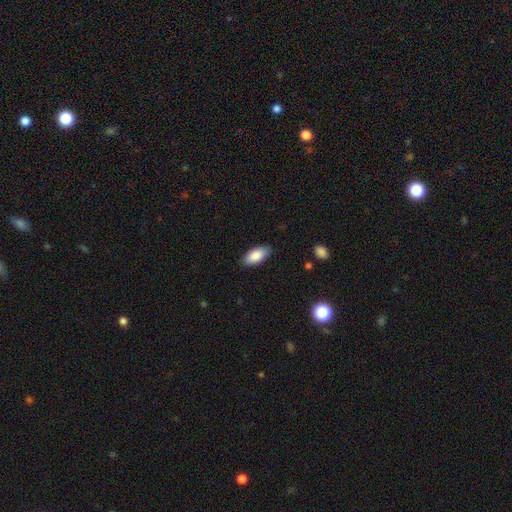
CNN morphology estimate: smooth 87%, featured or disk 7%, star or artifact 6%. Down the decision tree: how rounded — in between (90%); merging — none (85%).